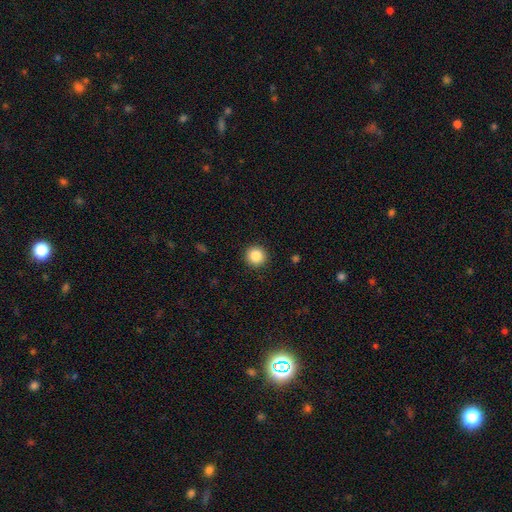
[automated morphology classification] Q: Smooth or featured?
A: smooth (86%); runner-up: star or artifact (10%)
Q: How rounded?
A: round (94%); runner-up: in between (5%)
Q: Merging?
A: none (92%); runner-up: minor disturbance (5%)